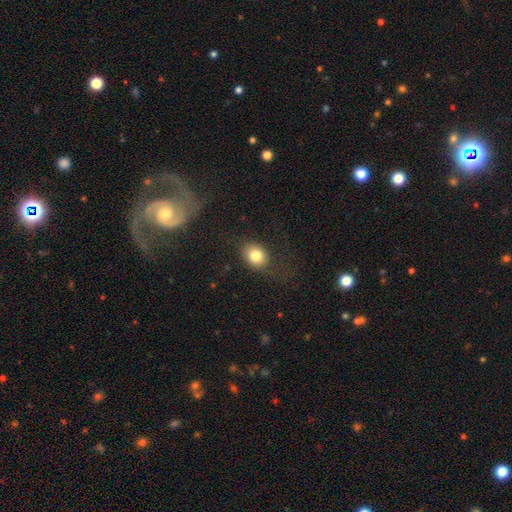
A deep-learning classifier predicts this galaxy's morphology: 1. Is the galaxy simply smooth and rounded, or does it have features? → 81% smooth, 10% star or artifact, 9% featured or disk.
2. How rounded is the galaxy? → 55% round, 44% in between, 1% cigar-shaped.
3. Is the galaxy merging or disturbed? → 75% none, 15% minor disturbance, 9% major disturbance, 2% merger.